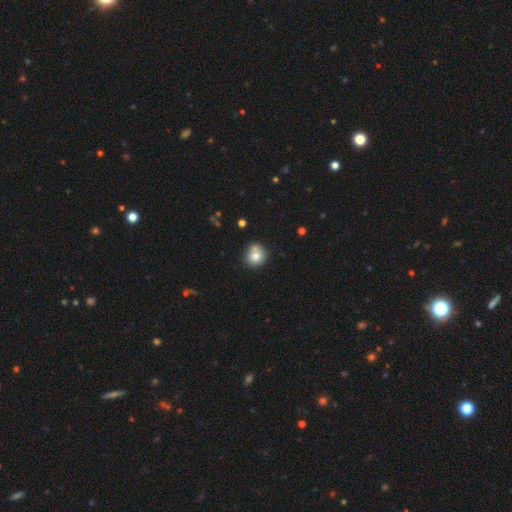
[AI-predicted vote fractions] Smooth or featured? Predicted: smooth (p=0.78). How rounded? Predicted: round (p=0.82). Merging? Predicted: none (p=0.57).